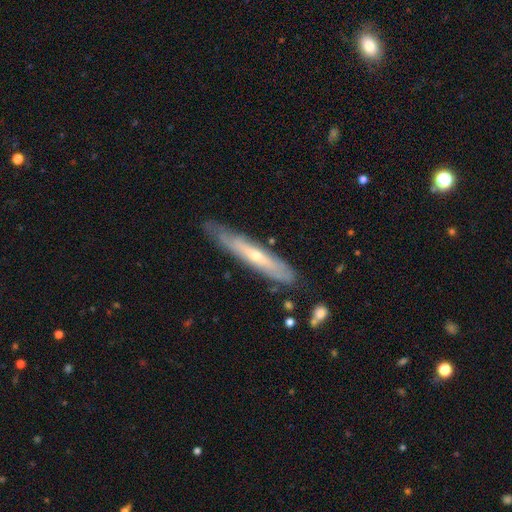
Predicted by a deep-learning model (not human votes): Smooth or featured: featured or disk — 63% (smooth — 31%)
Edge-on disk: yes — 71% (no — 29%)
Merging: none — 74% (minor disturbance — 19%)